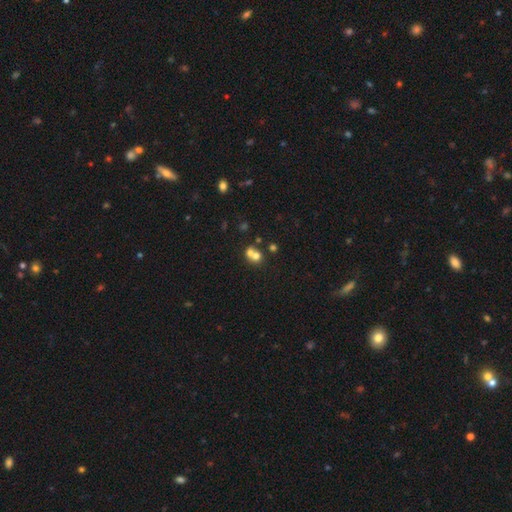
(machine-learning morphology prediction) type=smooth (66%); roundness=round (76%); merging=merger (60%).